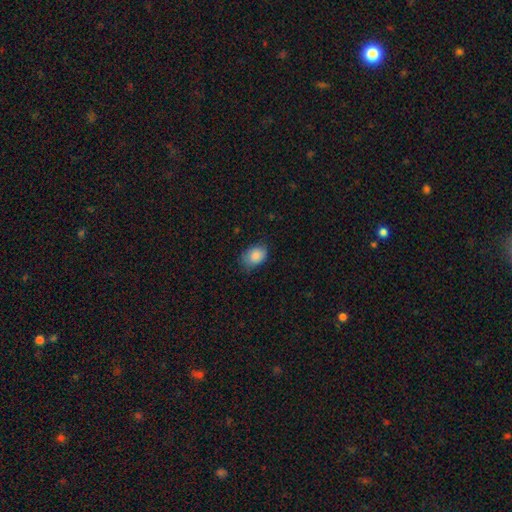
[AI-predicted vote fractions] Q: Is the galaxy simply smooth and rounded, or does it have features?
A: smooth — 86%.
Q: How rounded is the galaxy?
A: in between — 76%.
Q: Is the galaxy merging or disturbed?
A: none — 68%.